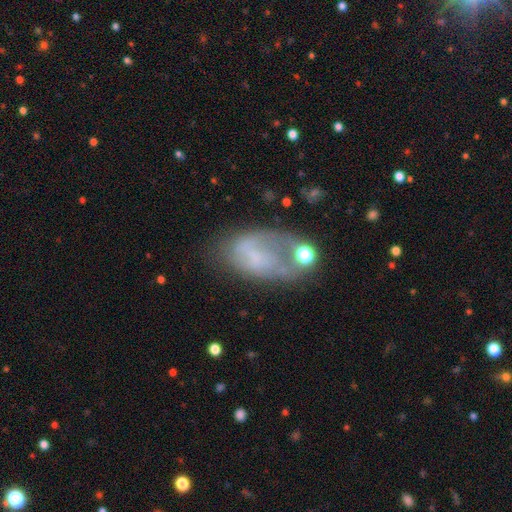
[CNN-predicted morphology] featured or disk 47%, smooth 41%, star or artifact 12%. Down the decision tree: merging — none (34%).